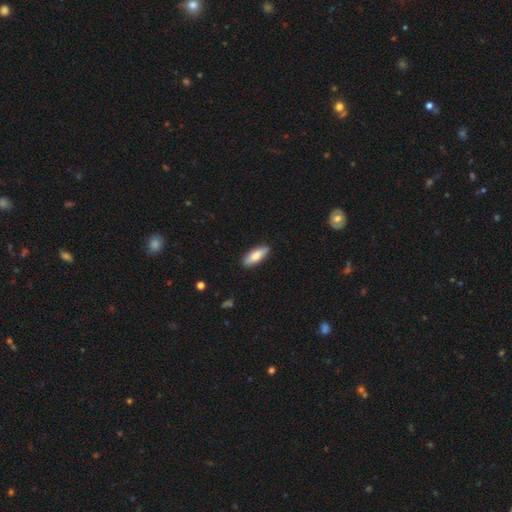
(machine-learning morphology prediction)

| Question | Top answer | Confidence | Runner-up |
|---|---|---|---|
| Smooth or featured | smooth | 77% | featured or disk (17%) |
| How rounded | in between | 60% | cigar-shaped (38%) |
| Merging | none | 88% | minor disturbance (10%) |